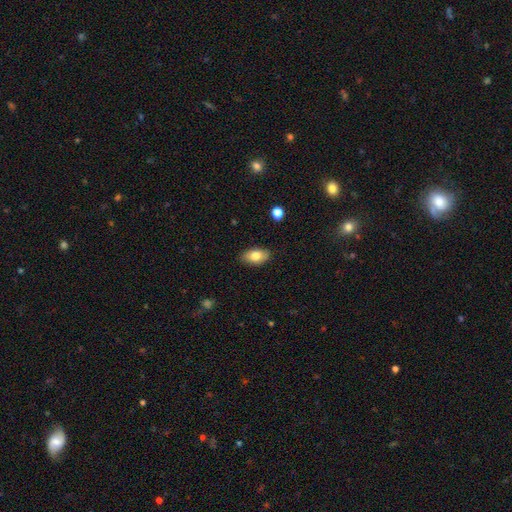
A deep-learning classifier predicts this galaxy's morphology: This is likely a smooth galaxy (79%). How rounded: clearly in between (91%). Merging: clearly none (85%).